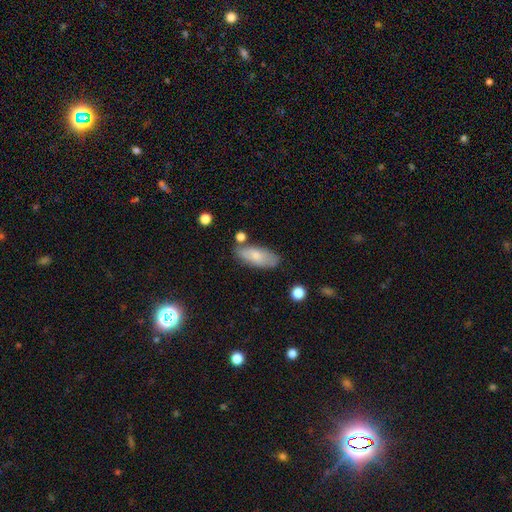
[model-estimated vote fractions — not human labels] This is likely a smooth galaxy (75%). How rounded: likely in between (80%). Merging: likely none (70%).